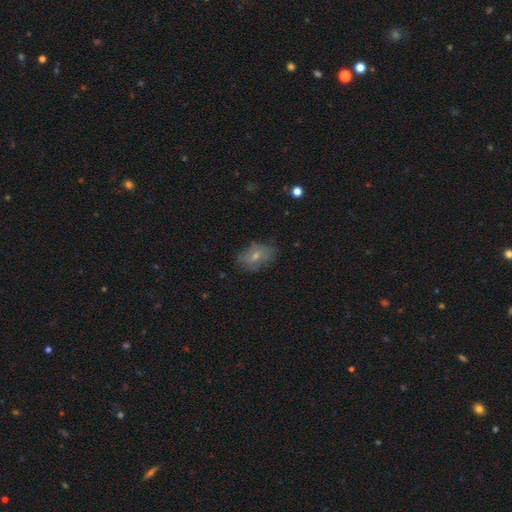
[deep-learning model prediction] Overall: smooth (64%; featured or disk 27%). How rounded: in between (86%). Merging: none (67%).